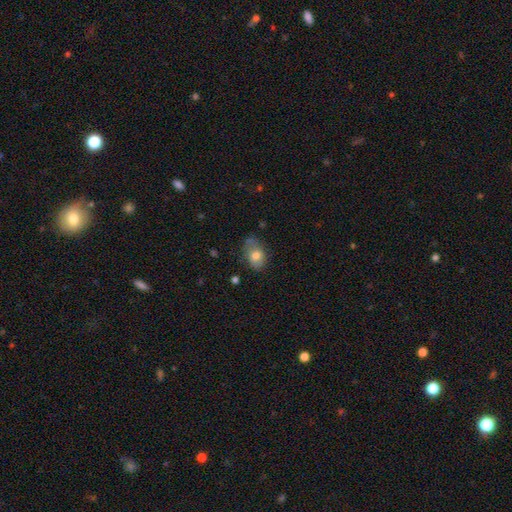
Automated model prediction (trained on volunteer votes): smooth 73%, featured or disk 19%, star or artifact 8%. Down the decision tree: how rounded — in between (84%); merging — none (60%).